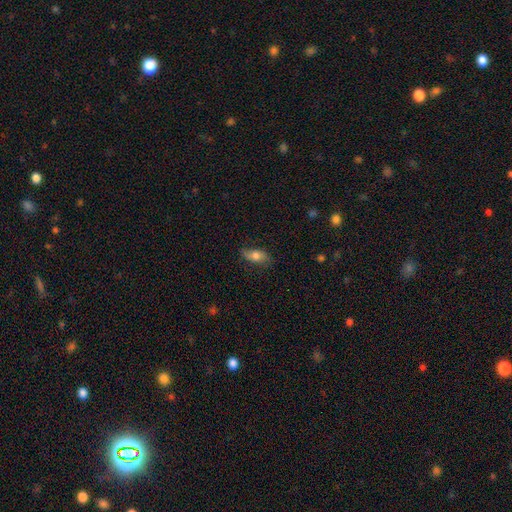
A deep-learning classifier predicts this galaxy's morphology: smooth-or-featured: smooth: 69% | featured or disk: 23% | star or artifact: 8%
  how-rounded: in between: 84% | cigar-shaped: 11% | round: 6%
  merging: none: 73% | minor disturbance: 20% | major disturbance: 5% | merger: 1%